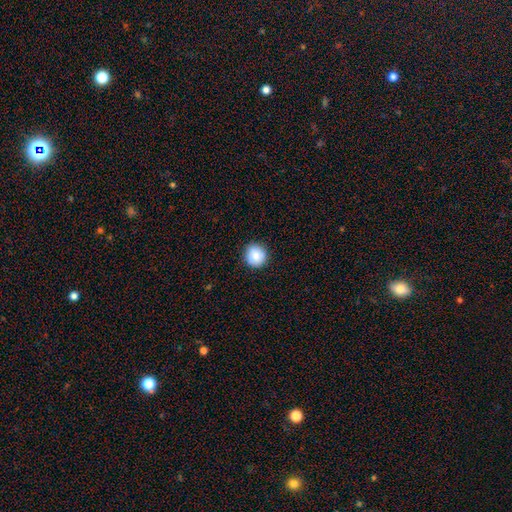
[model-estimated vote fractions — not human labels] A smooth galaxy with no disk features (86%) that is round (92%).

Vote fractions:
- Smooth or featured? smooth: 86% / star or artifact: 8% / featured or disk: 6%
- How rounded? round: 92% / in between: 7% / cigar-shaped: 1%
- Merging? none: 89% / minor disturbance: 8% / major disturbance: 2% / merger: 1%